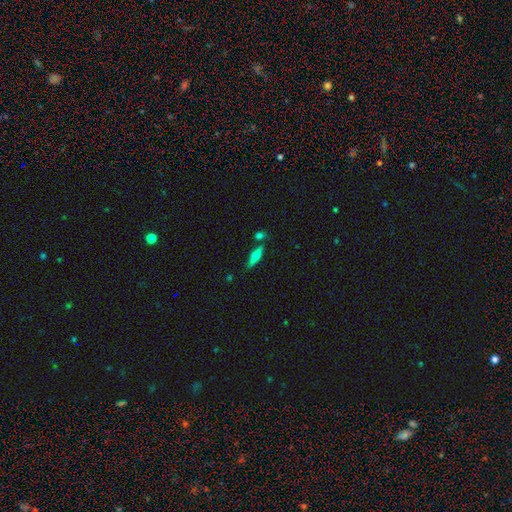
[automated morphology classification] This appears to be a featured or disk galaxy (49%). Merging: none (75%).